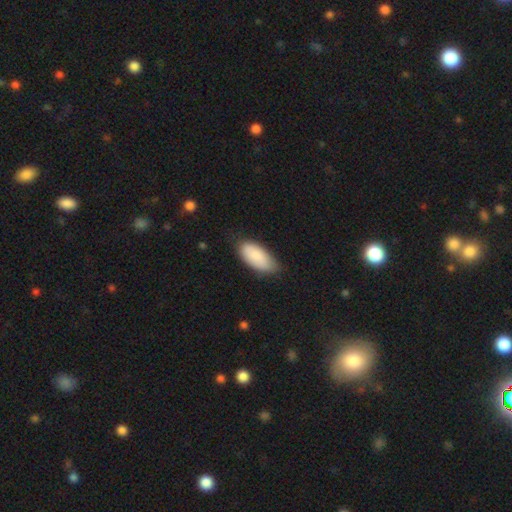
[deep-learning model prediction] A smooth galaxy with no disk features (86%) that is in between round and cigar-shaped (91%).

Vote fractions:
- Smooth or featured? smooth: 86% / featured or disk: 8% / star or artifact: 6%
- How rounded? in between: 91% / cigar-shaped: 7% / round: 2%
- Merging? none: 71% / minor disturbance: 23% / major disturbance: 4% / merger: 1%